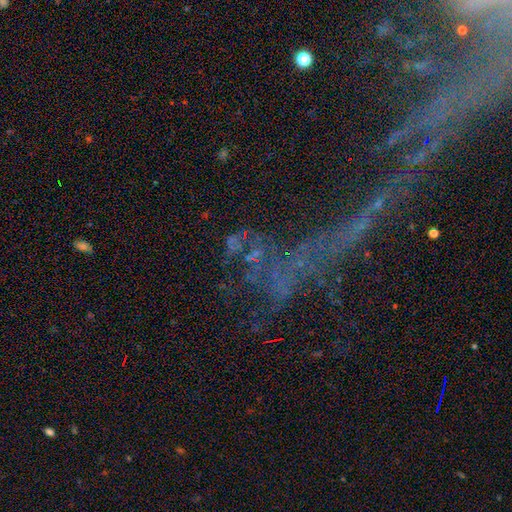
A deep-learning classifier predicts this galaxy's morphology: This is possibly a star or artifact rather than a galaxy (53%).